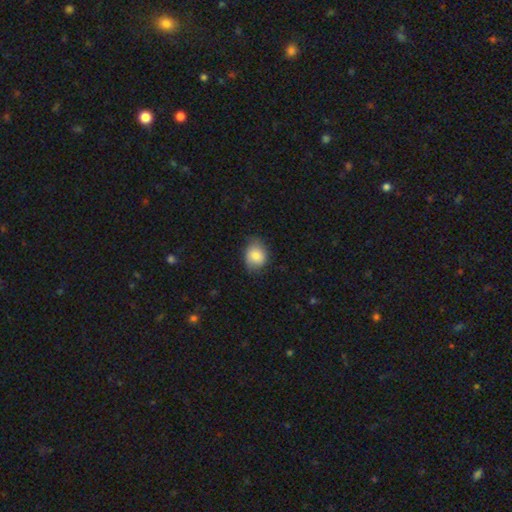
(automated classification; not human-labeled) This appears to be a smooth galaxy with no disk features (77%) that is round (52%). Merging: none (65%).